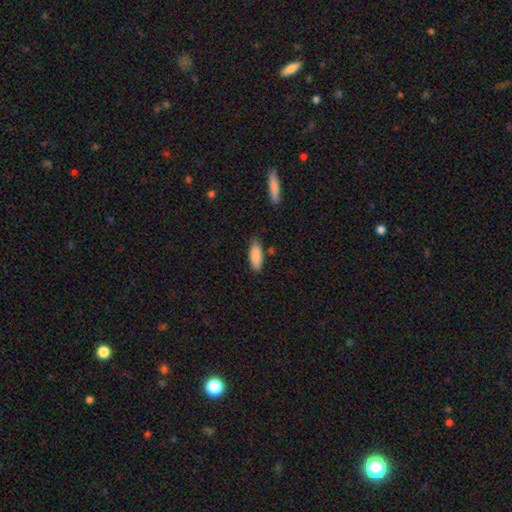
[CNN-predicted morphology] smooth_or_featured: smooth (p=0.87) [alt: featured or disk p=0.06]
how_rounded: in between (p=0.68) [alt: cigar-shaped p=0.30]
merging: none (p=0.78) [alt: minor disturbance p=0.16]